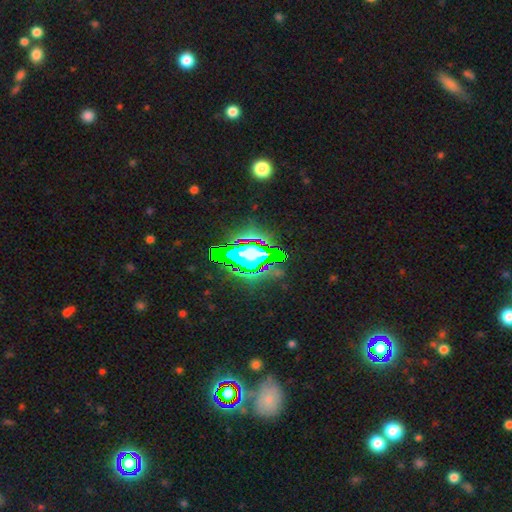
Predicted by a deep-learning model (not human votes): A star or artifact, not a galaxy (68%).

Vote fractions:
- Smooth or featured? star or artifact: 68% / featured or disk: 18% / smooth: 14%